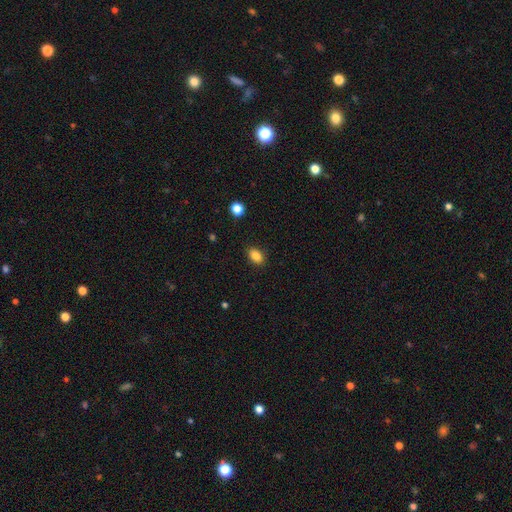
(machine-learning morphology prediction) Overall: smooth (87%). How rounded: in between (84%). Merging: none (88%).